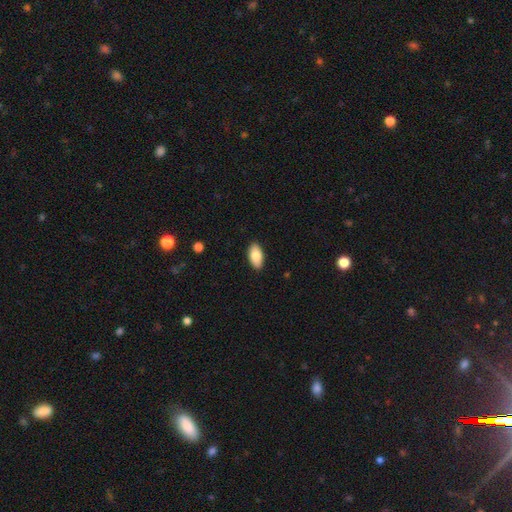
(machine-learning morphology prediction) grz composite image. It shows a smooth galaxy with no disk features (84%) that is in between round and cigar-shaped (94%). Merging: none (90%).